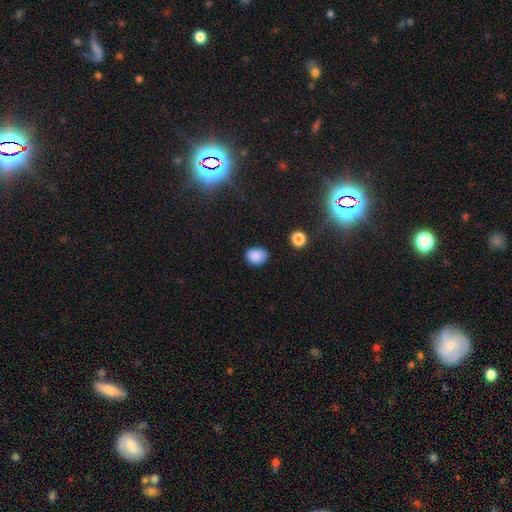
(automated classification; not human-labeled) Smooth or featured: smooth — 86% (star or artifact — 10%)
How rounded: in between — 52% (round — 47%)
Merging: none — 77% (minor disturbance — 18%)